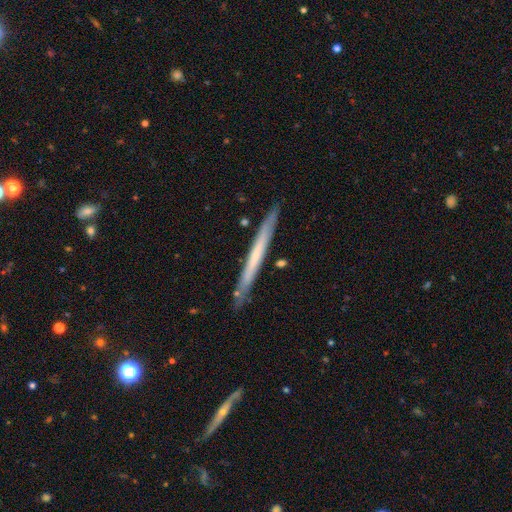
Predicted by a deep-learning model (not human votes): smooth-or-featured: featured or disk: 49% | smooth: 46% | star or artifact: 5%
  merging: none: 87% | minor disturbance: 10% | merger: 2% | major disturbance: 2%